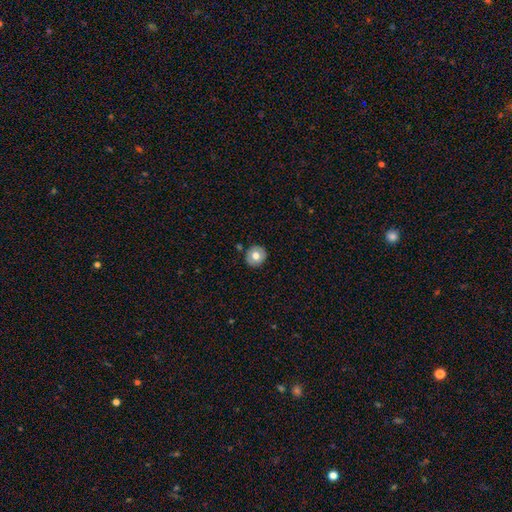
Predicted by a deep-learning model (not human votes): A smooth galaxy with no disk features (65%) that is round (88%).

Vote fractions:
- Smooth or featured? smooth: 65% / featured or disk: 27% / star or artifact: 8%
- How rounded? round: 88% / in between: 11% / cigar-shaped: 1%
- Merging? none: 88% / minor disturbance: 8% / merger: 2% / major disturbance: 2%